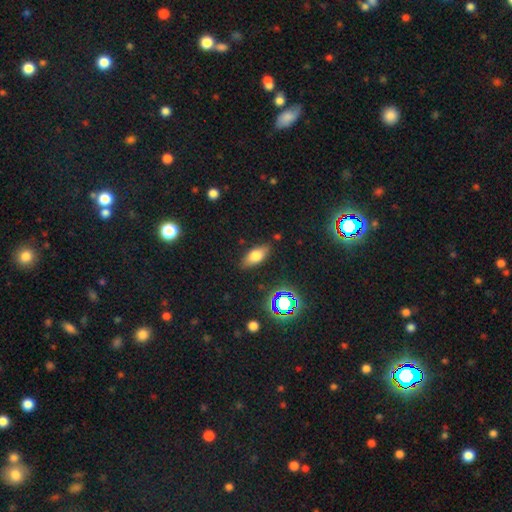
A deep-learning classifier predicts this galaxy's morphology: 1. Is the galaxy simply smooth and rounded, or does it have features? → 70% smooth, 18% featured or disk, 12% star or artifact.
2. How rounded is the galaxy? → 82% in between, 13% cigar-shaped, 5% round.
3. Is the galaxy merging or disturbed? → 84% none, 12% minor disturbance, 3% major disturbance, 2% merger.